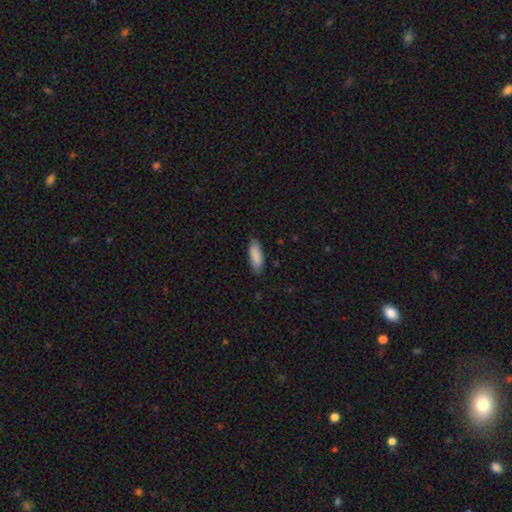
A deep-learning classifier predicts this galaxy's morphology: This is clearly a smooth galaxy (89%). How rounded: likely in between (64%). Merging: clearly none (86%).